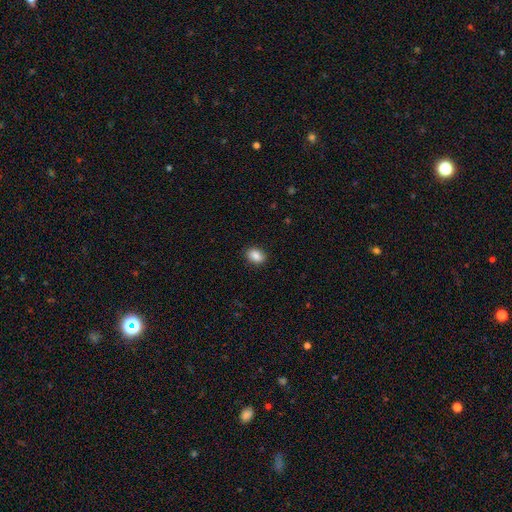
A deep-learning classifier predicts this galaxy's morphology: smooth 87%, star or artifact 8%, featured or disk 5%. Down the decision tree: how rounded — in between (77%); merging — none (90%).